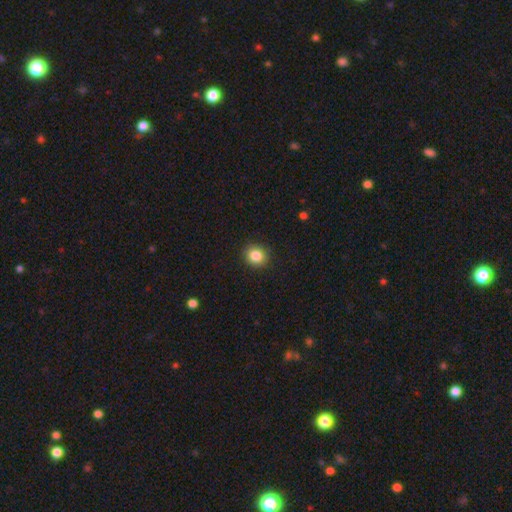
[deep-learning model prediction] Smooth or featured? smooth (85%)
How rounded? round (83%)
Merging? none (91%)